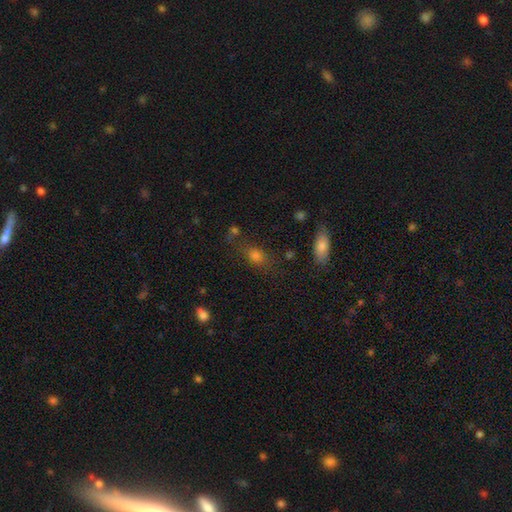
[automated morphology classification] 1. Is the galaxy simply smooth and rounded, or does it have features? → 71% smooth, 18% star or artifact, 11% featured or disk.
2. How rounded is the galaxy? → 66% in between, 27% round, 7% cigar-shaped.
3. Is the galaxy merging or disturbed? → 68% none, 17% minor disturbance, 8% major disturbance, 8% merger.